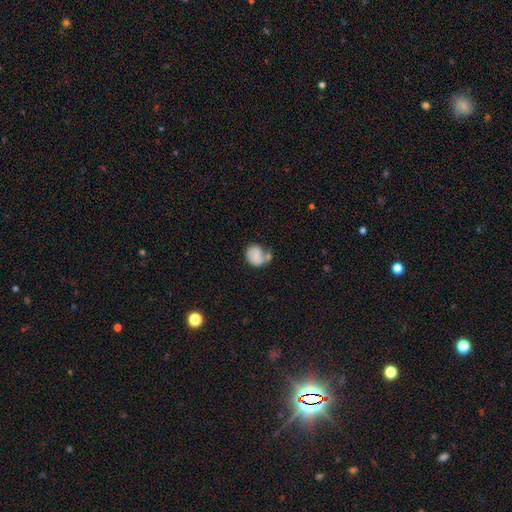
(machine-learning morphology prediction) Overall: smooth (71%). How rounded: round (64%; in between 35%). Merging: none (39%; merger 27%).